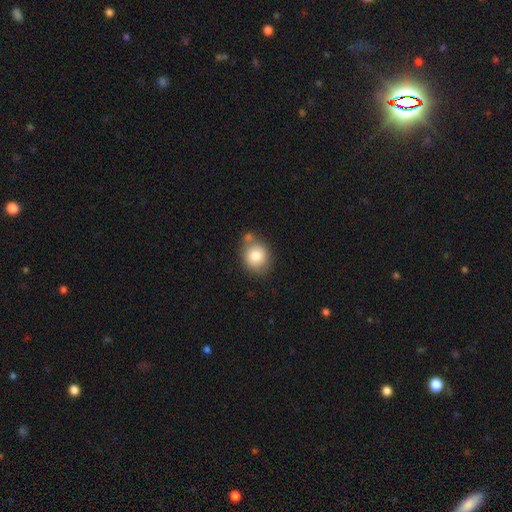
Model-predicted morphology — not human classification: The model was most divided on "how rounded": round: 70%, in between: 29%, cigar-shaped: 1%. More confident: smooth or featured — smooth (82%); merging — none (63%).